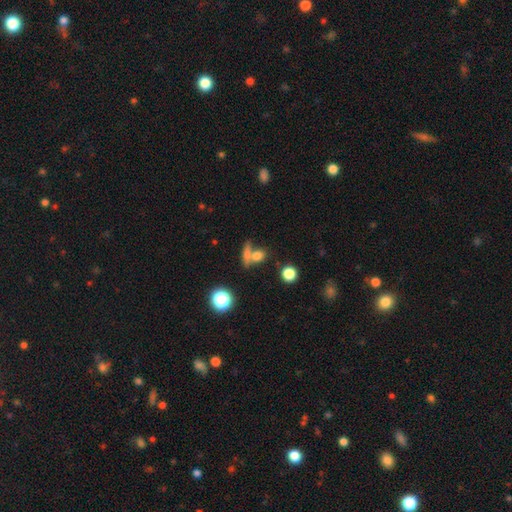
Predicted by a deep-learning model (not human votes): This appears to be a smooth galaxy with no disk features (71%) that is round (44%). Merging: none (43%).